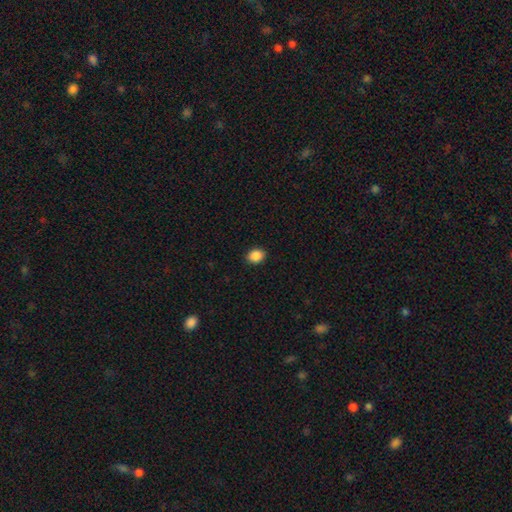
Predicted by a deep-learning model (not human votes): The model was most divided on "how rounded": in between: 50%, round: 49%, cigar-shaped: 1%. More confident: merging — none (90%); smooth or featured — smooth (88%).